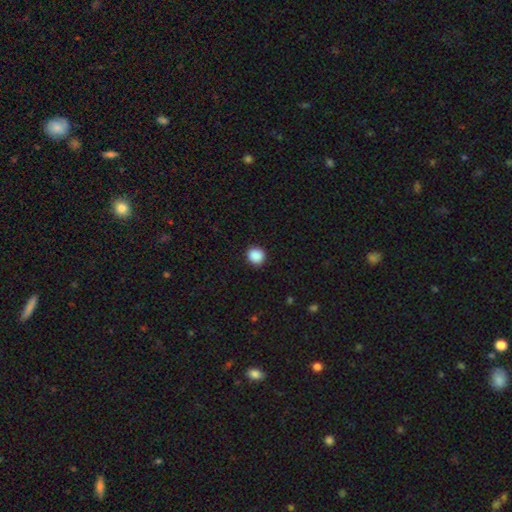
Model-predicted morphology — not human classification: A smooth galaxy with no disk features (89%) that is round (92%).

Vote fractions:
- Smooth or featured? smooth: 89% / star or artifact: 9% / featured or disk: 2%
- How rounded? round: 92% / in between: 7% / cigar-shaped: 1%
- Merging? none: 92% / minor disturbance: 5% / major disturbance: 2% / merger: 1%